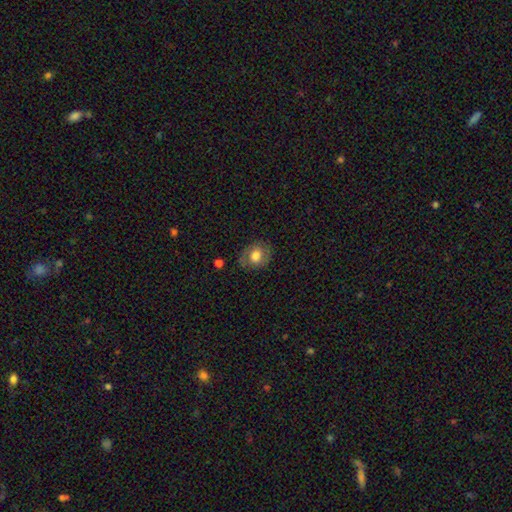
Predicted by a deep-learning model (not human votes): Morphology: type=smooth (68%); roundness=round (56%); merging=none (74%).